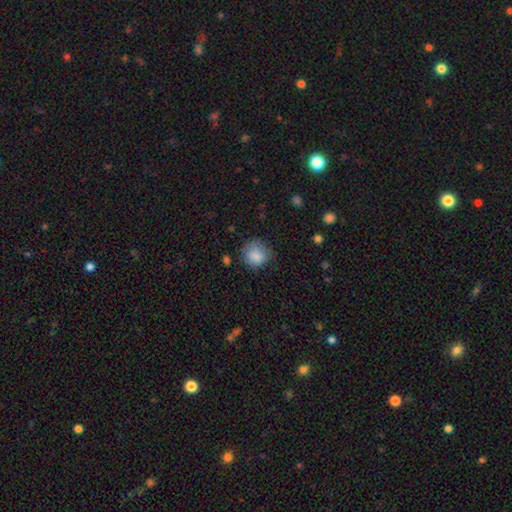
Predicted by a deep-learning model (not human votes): The model was most divided on "merging": none: 69%, minor disturbance: 23%, major disturbance: 7%, merger: 2%. More confident: smooth or featured — smooth (84%); how rounded — round (83%).